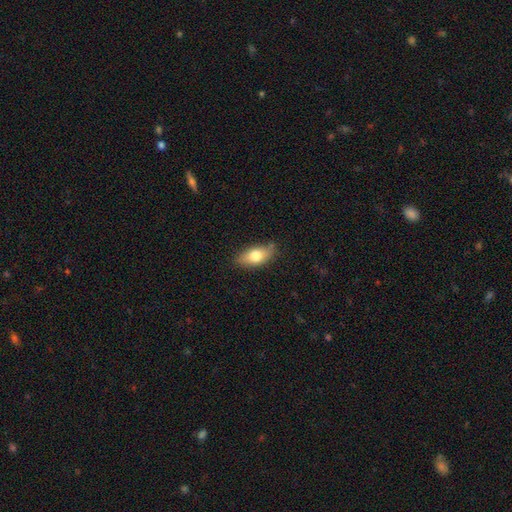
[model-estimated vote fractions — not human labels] A smooth galaxy with no disk features (74%) that is in between round and cigar-shaped (85%). Merging: none (78%).